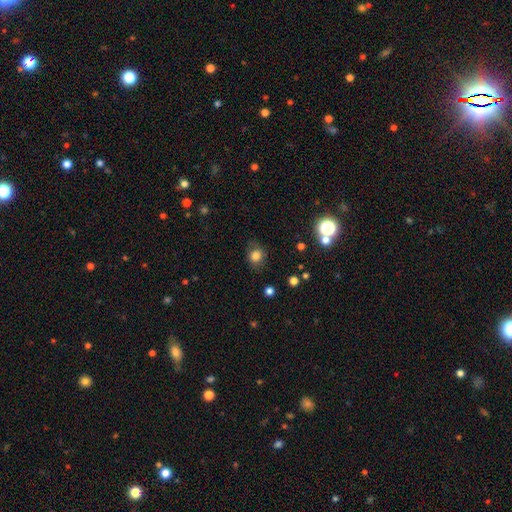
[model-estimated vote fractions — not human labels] smooth-or-featured: smooth: 79% | star or artifact: 14% | featured or disk: 7%
  how-rounded: round: 74% | in between: 25% | cigar-shaped: 1%
  merging: none: 76% | minor disturbance: 16% | major disturbance: 6% | merger: 2%